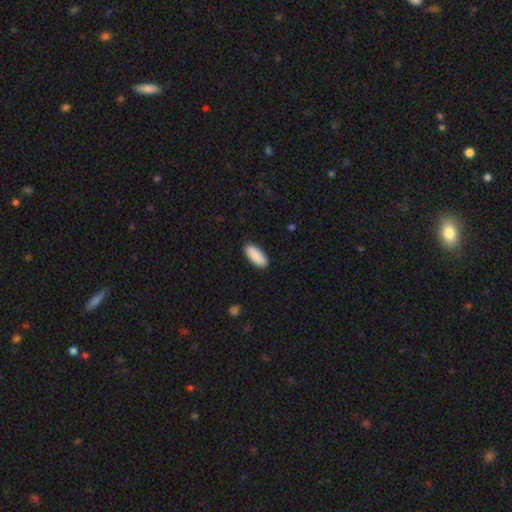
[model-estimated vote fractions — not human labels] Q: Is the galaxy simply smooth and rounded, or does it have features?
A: smooth — 90%.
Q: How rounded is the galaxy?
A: in between — 82%.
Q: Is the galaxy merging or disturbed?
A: none — 88%.